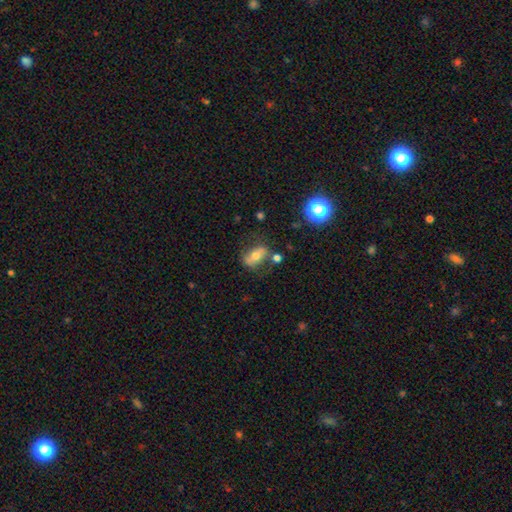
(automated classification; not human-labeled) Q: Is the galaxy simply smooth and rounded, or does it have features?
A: smooth — 52%.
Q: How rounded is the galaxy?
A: in between — 79%.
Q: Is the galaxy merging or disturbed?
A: none — 60%.